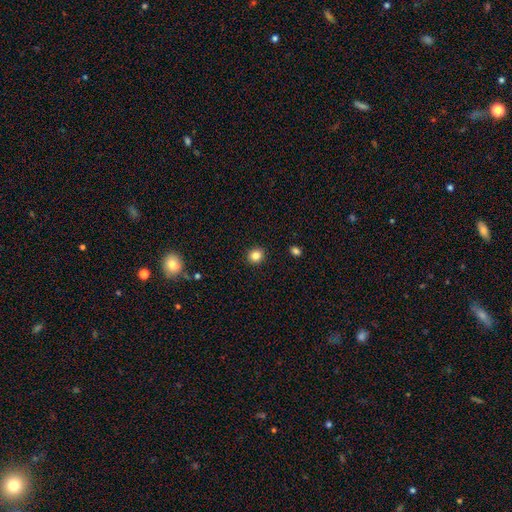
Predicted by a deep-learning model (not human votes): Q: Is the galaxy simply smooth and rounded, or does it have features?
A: smooth — 84%.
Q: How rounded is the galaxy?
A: round — 82%.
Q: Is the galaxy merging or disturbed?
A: none — 92%.